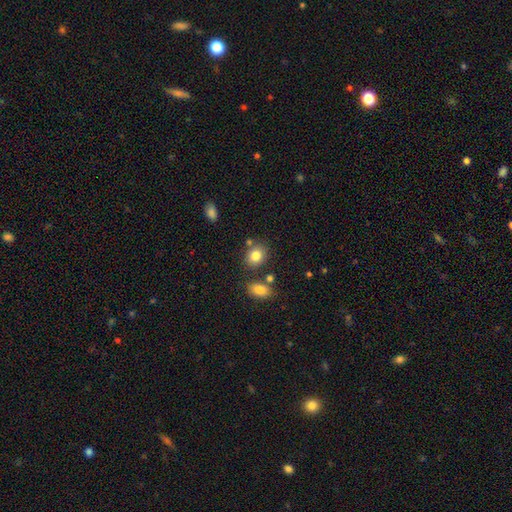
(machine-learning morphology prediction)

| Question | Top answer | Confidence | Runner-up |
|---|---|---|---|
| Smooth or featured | smooth | 82% | star or artifact (10%) |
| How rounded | round | 58% | in between (41%) |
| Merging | none | 73% | merger (12%) |